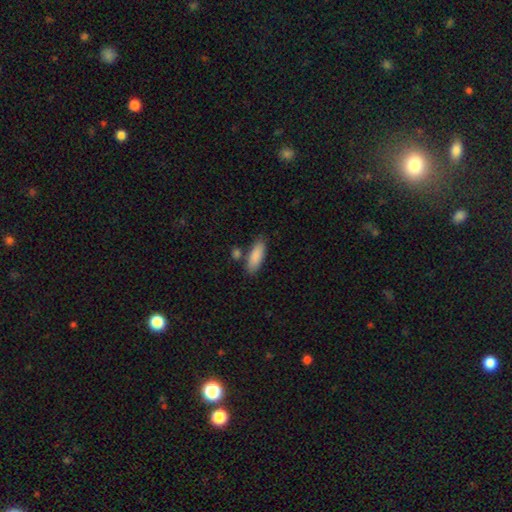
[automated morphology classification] Smooth or featured? Predicted: smooth (p=0.87). How rounded? Predicted: in between (p=0.65). Merging? Predicted: none (p=0.75).